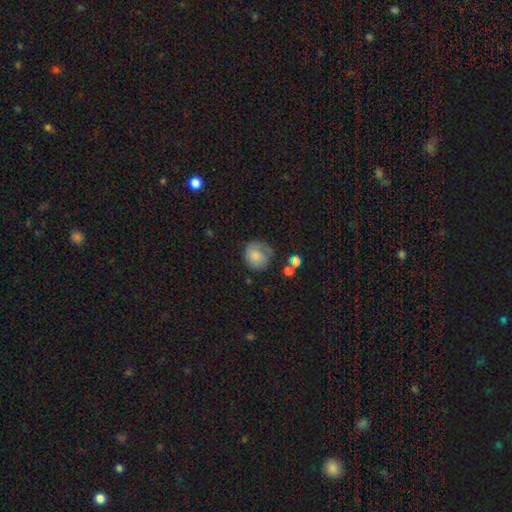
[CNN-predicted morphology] A smooth galaxy with no disk features (71%) that is round (81%). Merging: none (53%).